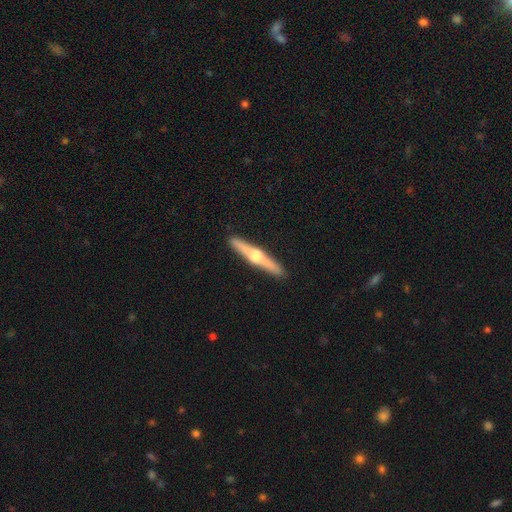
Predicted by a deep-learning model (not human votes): smooth_or_featured: featured or disk (p=0.72) [alt: smooth p=0.23]
disk_edge_on: yes (p=0.98) [alt: no p=0.02]
edge_on_bulge: rounded (p=0.95) [alt: boxy p=0.03]
merging: none (p=0.92) [alt: minor disturbance p=0.05]